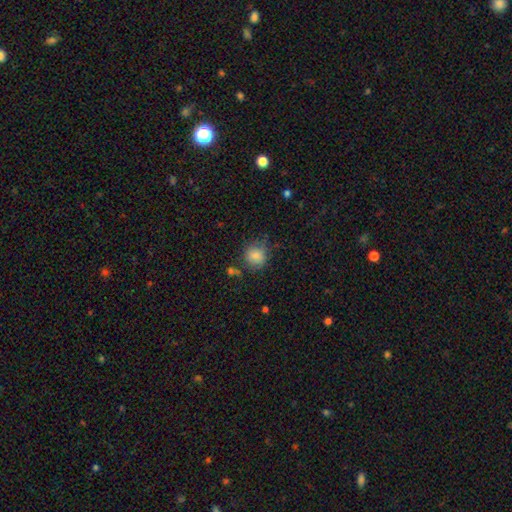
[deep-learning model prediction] Smooth or featured? smooth (82%)
How rounded? round (84%)
Merging? none (67%)